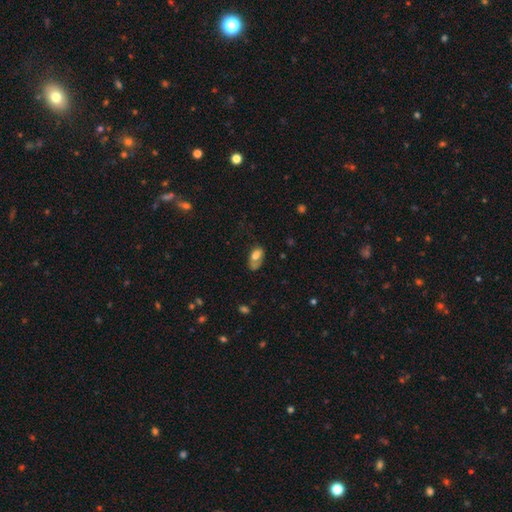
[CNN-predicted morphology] Smooth or featured? Predicted: smooth (p=0.69). How rounded? Predicted: in between (p=0.90). Merging? Predicted: none (p=0.39).